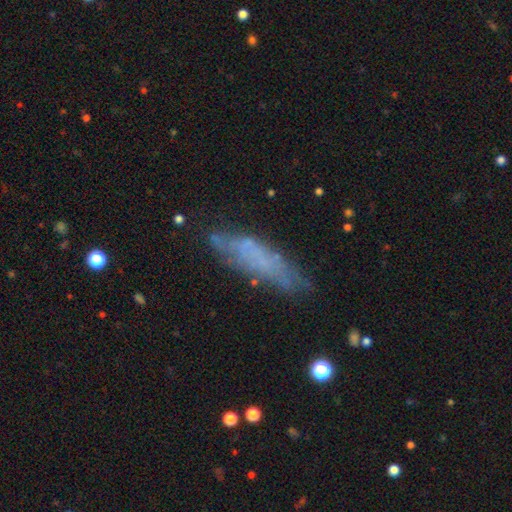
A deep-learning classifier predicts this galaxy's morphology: smooth_or_featured: smooth (p=0.48) [alt: featured or disk p=0.40]
merging: none (p=0.66) [alt: minor disturbance p=0.22]